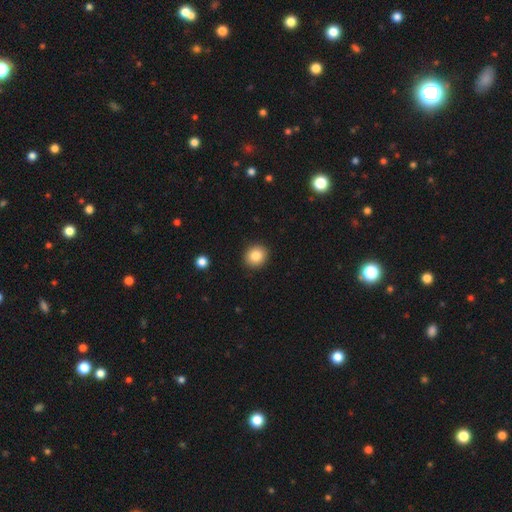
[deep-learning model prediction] smooth 83%, star or artifact 10%, featured or disk 7%. Down the decision tree: how rounded — round (88%); merging — none (92%).